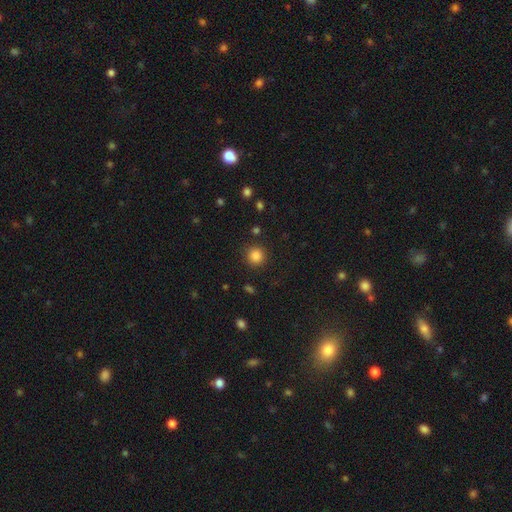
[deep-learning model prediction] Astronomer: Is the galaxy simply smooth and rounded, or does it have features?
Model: smooth — 85%.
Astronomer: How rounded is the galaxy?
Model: round — 93%.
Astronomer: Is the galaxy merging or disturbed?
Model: none — 89%.